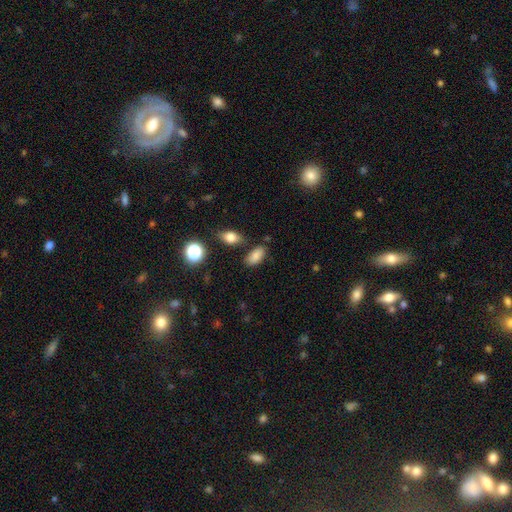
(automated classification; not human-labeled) smooth 83%, star or artifact 11%, featured or disk 7%. Down the decision tree: how rounded — in between (91%); merging — none (76%).